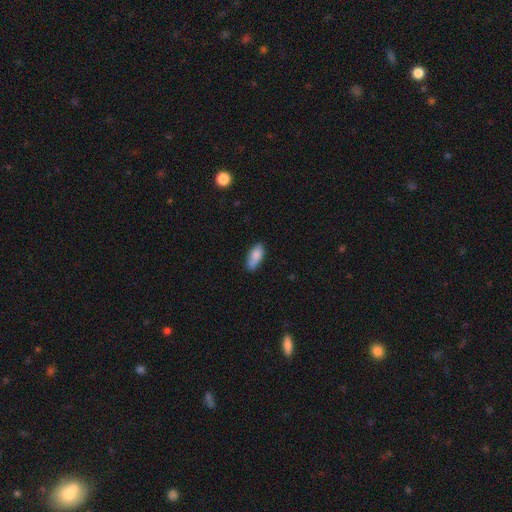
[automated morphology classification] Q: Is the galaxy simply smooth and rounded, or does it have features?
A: smooth — 84%.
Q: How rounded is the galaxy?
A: in between — 84%.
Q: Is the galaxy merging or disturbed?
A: none — 70%.